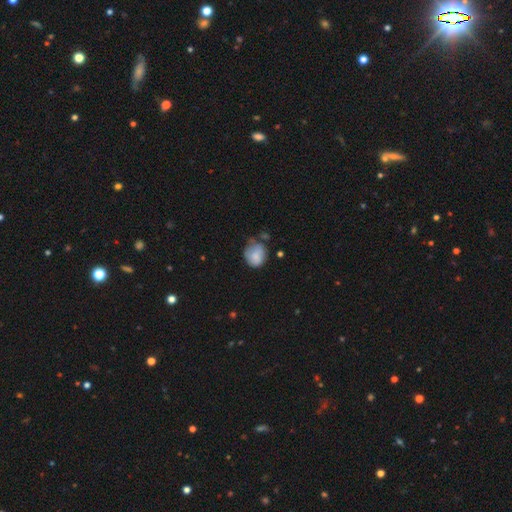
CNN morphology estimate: A smooth galaxy with no disk features (73%) that is round (67%).

Vote fractions:
- Smooth or featured? smooth: 73% / featured or disk: 19% / star or artifact: 8%
- How rounded? round: 67% / in between: 33% / cigar-shaped: 1%
- Merging? none: 43% / minor disturbance: 36% / major disturbance: 14% / merger: 8%